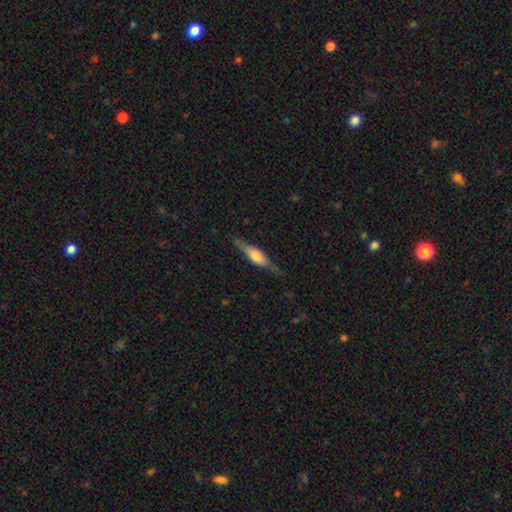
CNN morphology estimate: smooth-or-featured: featured or disk: 53% | smooth: 42% | star or artifact: 6%
  disk-edge-on: yes: 92% | no: 8%
  merging: none: 74% | minor disturbance: 19% | major disturbance: 5% | merger: 1%